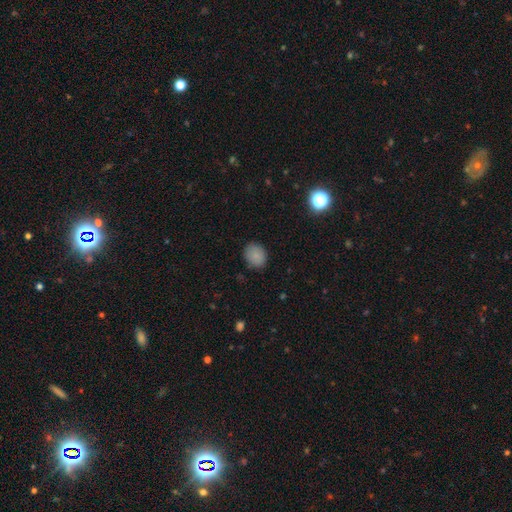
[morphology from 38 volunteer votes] type=smooth (95%); roundness=in between (61%); merging=none (89%).